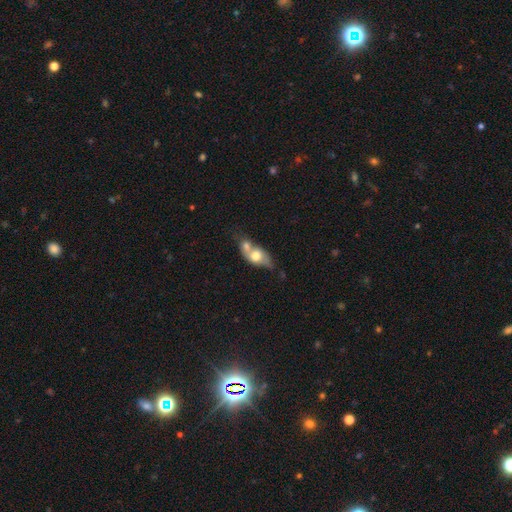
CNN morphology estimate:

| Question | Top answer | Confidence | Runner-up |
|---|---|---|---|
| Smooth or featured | smooth | 61% | featured or disk (32%) |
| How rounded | in between | 70% | round (22%) |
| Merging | merger | 63% | none (21%) |